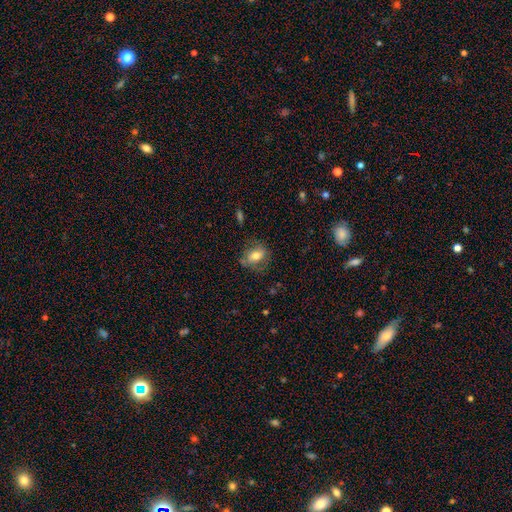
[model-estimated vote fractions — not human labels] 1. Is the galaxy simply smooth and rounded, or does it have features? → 63% smooth, 28% featured or disk, 9% star or artifact.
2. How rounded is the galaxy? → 64% in between, 34% round, 2% cigar-shaped.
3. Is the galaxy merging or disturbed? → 65% none, 23% minor disturbance, 10% major disturbance, 2% merger.